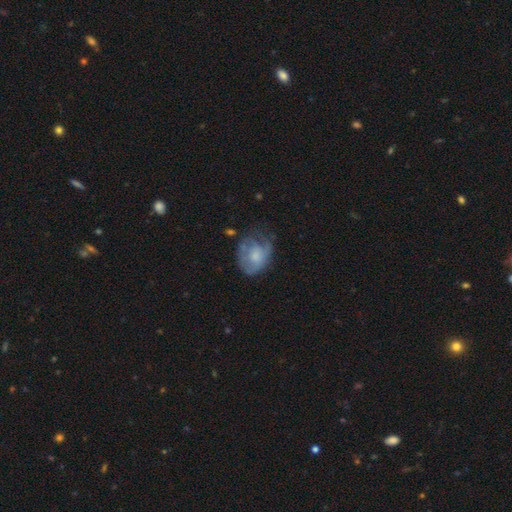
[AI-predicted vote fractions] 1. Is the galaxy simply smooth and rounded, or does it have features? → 48% smooth, 45% featured or disk, 8% star or artifact.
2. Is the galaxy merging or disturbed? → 40% none, 31% minor disturbance, 27% major disturbance, 3% merger.